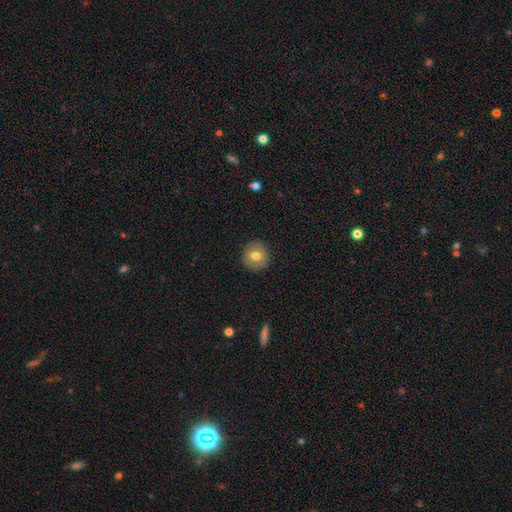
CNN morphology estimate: Smooth or featured?
  - smooth: 70% *
  - featured or disk: 23%
  - star or artifact: 8%
How rounded?
  - round: 92% *
  - in between: 7%
  - cigar-shaped: 1%
Merging?
  - none: 90% *
  - minor disturbance: 7%
  - major disturbance: 2%
  - merger: 1%